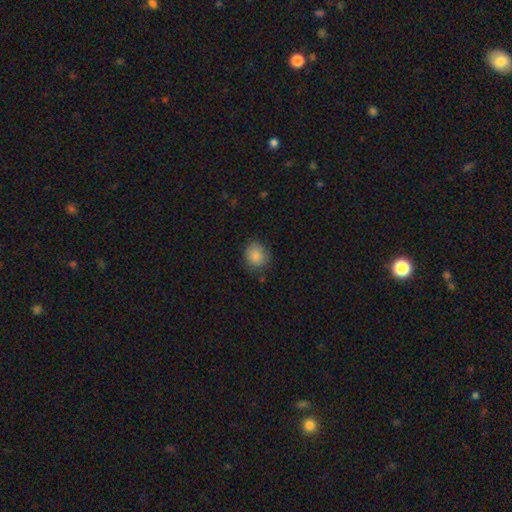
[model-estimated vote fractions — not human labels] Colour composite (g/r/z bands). It shows a smooth galaxy with no disk features (86%) that is round (72%). Merging: none (76%).